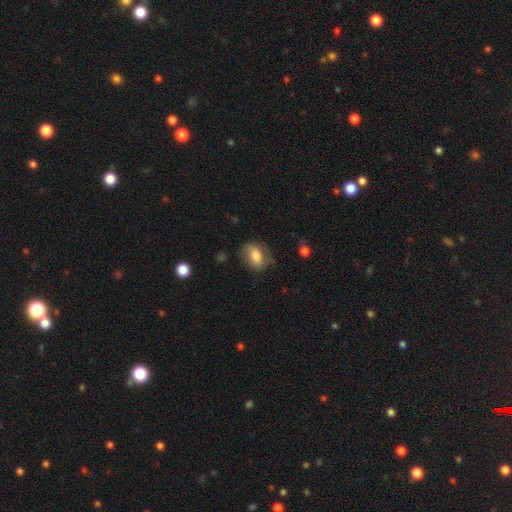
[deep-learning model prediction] Smooth or featured? smooth (75%)
How rounded? in between (81%)
Merging? none (63%)